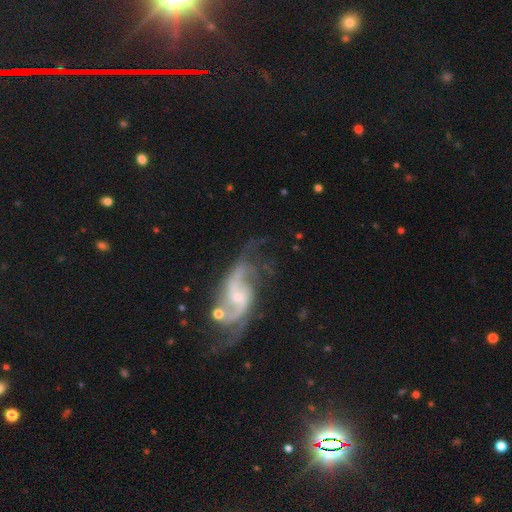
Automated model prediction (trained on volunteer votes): Smooth or featured?
  - featured or disk: 78% *
  - star or artifact: 15%
  - smooth: 7%
Edge-on disk?
  - no: 92% *
  - yes: 8%
Bar?
  - weak: 46% *
  - no: 34%
  - strong: 19%
Spiral arms?
  - yes: 94% *
  - no: 6%
Spiral winding?
  - loose: 48% *
  - medium: 37%
  - tight: 15%
Spiral arm count?
  - 2: 70% *
  - can't tell: 13%
  - 3: 6%
  - 1: 4%
  - 4: 3%
  - more than 4: 3%
Bulge size?
  - small: 49% *
  - moderate: 34%
  - none: 11%
  - large: 4%
  - dominant: 2%
Merging?
  - none: 58% *
  - major disturbance: 18%
  - minor disturbance: 17%
  - merger: 8%